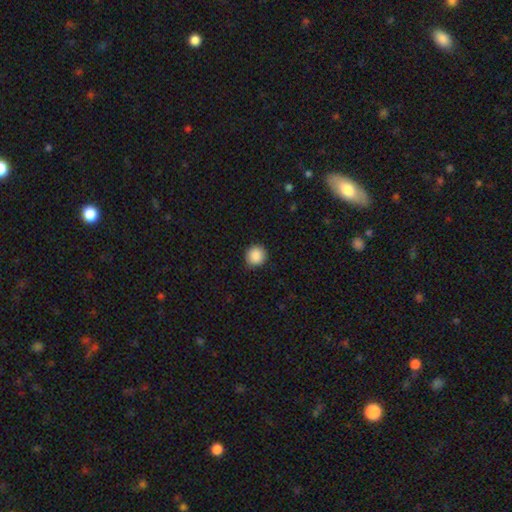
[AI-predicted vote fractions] Smooth or featured? Predicted: smooth (p=0.89). How rounded? Predicted: round (p=0.90). Merging? Predicted: none (p=0.89).